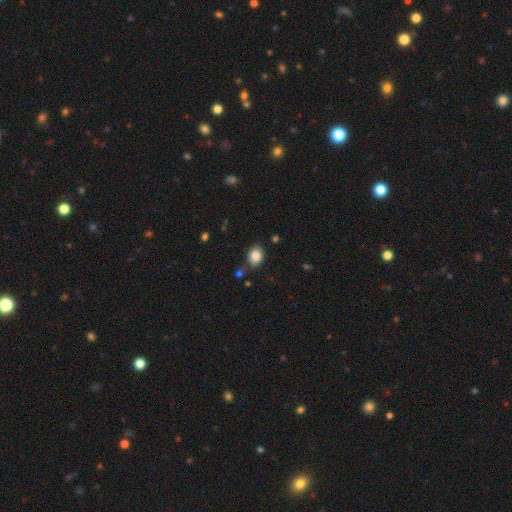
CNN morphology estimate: Smooth or featured: smooth — 85% (star or artifact — 9%)
How rounded: in between — 61% (round — 38%)
Merging: none — 75% (minor disturbance — 15%)